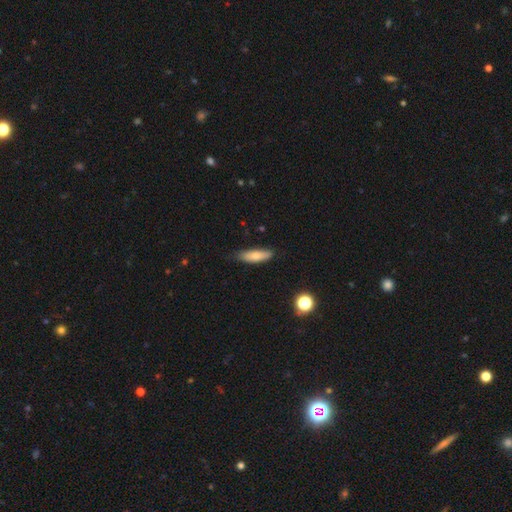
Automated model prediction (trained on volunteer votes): Overall: smooth (74%). How rounded: cigar-shaped (52%; in between 46%). Merging: none (73%).